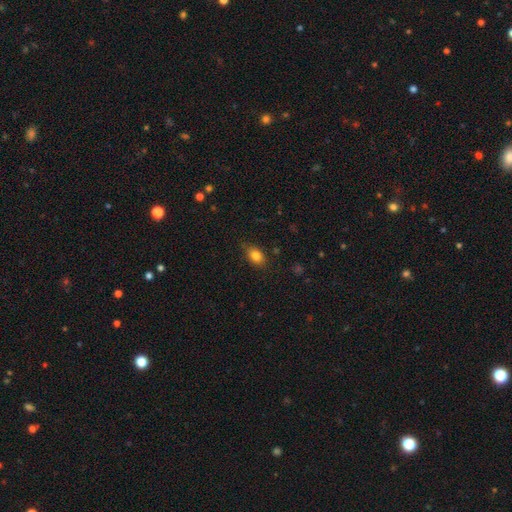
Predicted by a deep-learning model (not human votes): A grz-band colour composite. It shows a smooth galaxy with no disk features (82%) that is in between round and cigar-shaped (79%). Merging: none (79%).